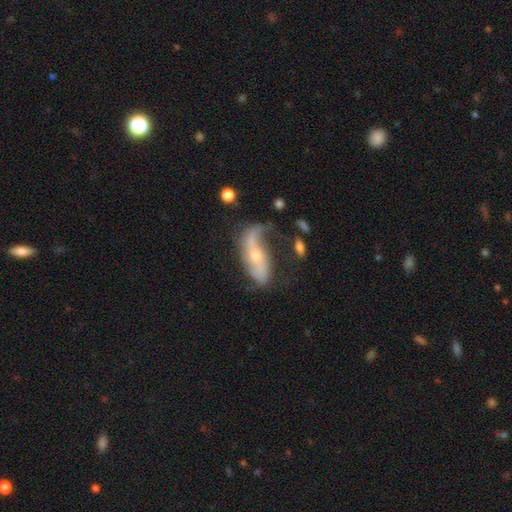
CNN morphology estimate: This appears to be a featured or disk galaxy (73%) with no bar (53%), 2 (71%) loose (73%) spiral arms (84%) and a small central bulge (52%). Merging: none (43%).